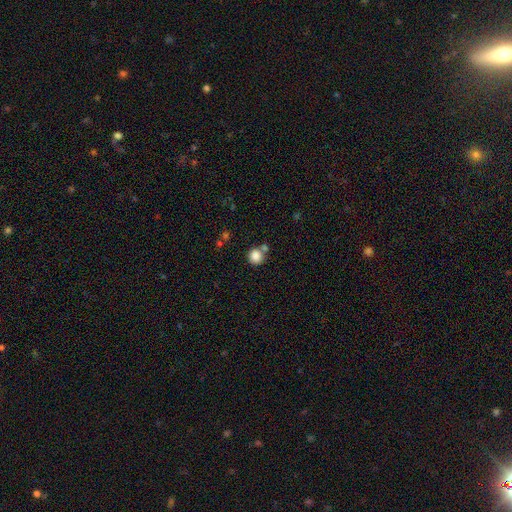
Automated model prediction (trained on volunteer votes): Smooth or featured? smooth (85%)
How rounded? round (90%)
Merging? none (67%)